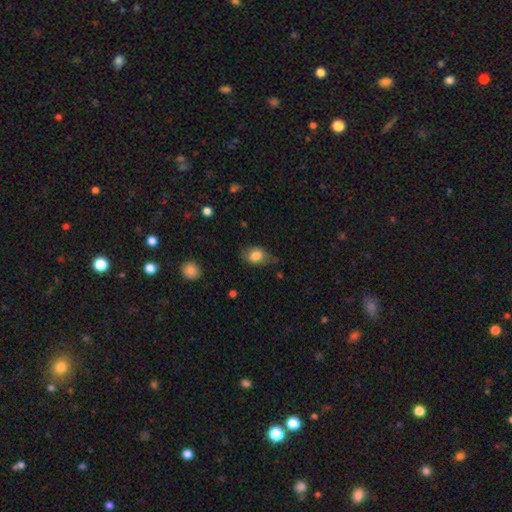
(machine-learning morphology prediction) smooth_or_featured: smooth (p=0.78) [alt: featured or disk p=0.14]
how_rounded: in between (p=0.76) [alt: round p=0.22]
merging: none (p=0.59) [alt: minor disturbance p=0.28]